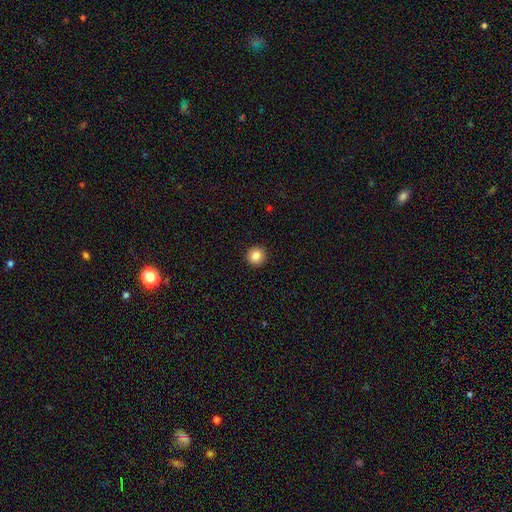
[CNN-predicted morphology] Smooth or featured: smooth — 86% (star or artifact — 9%)
How rounded: round — 93% (in between — 6%)
Merging: none — 93% (minor disturbance — 4%)